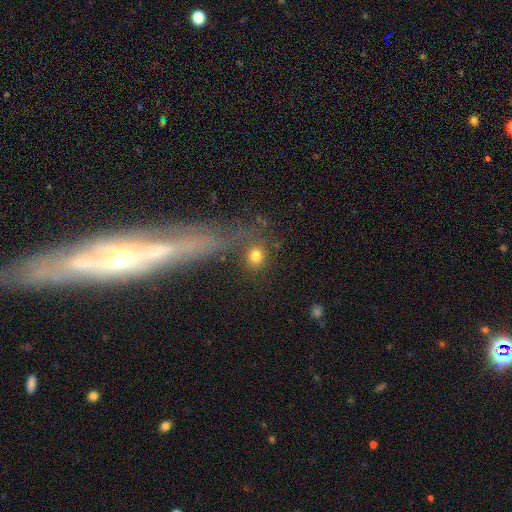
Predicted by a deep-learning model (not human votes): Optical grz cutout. It shows a smooth galaxy with no disk features (78%) that is round (81%). Merging: none (69%).